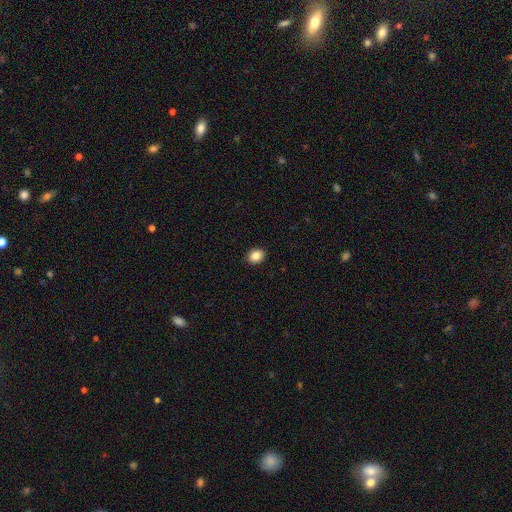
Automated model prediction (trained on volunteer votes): A smooth galaxy with no disk features (85%) that is round (51%). Merging: none (92%).